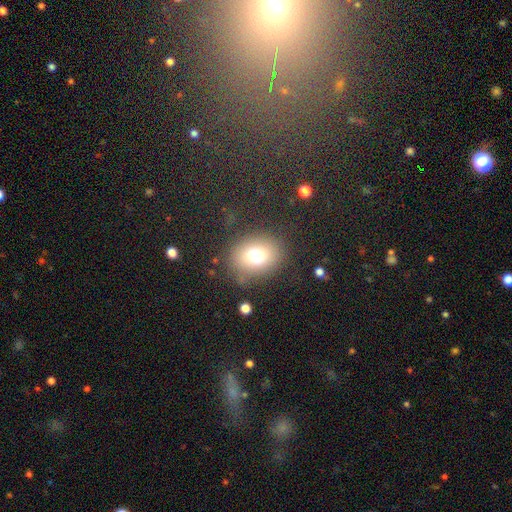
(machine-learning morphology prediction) This appears to be a smooth galaxy with no disk features (73%) that is round (58%). Merging: none (77%).